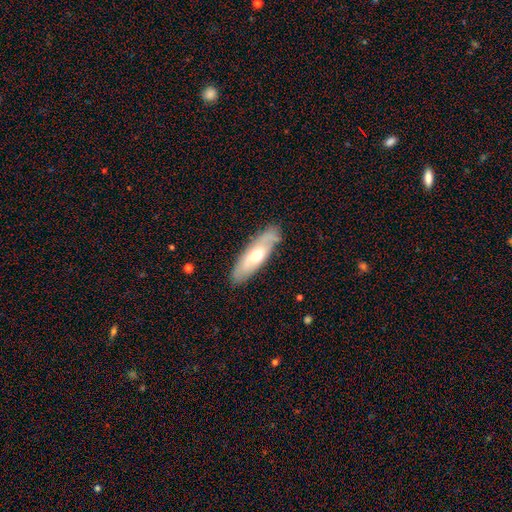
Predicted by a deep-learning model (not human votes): The model was most divided on "how rounded": cigar-shaped: 50%, in between: 48%, round: 2%. More confident: merging — none (81%); smooth or featured — smooth (51%).